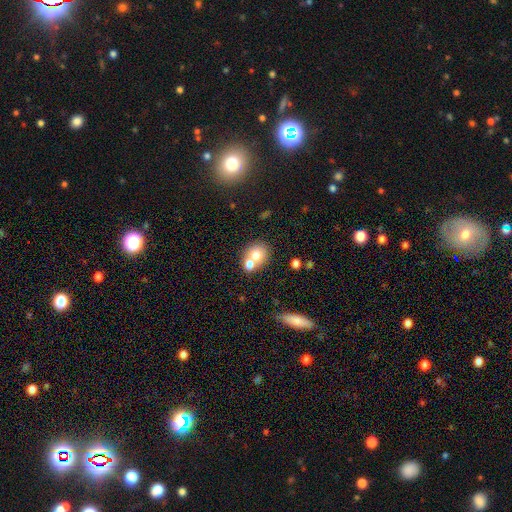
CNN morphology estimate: Smooth or featured? smooth (72%)
How rounded? round (70%)
Merging? merger (48%)